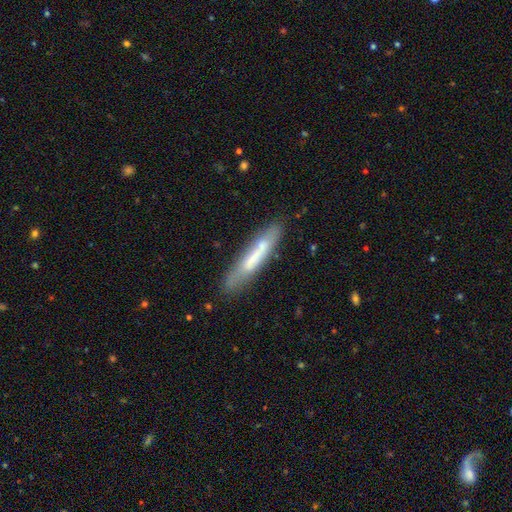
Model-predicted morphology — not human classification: This appears to be a smooth galaxy with no disk features (52%) that is cigar-shaped (88%). Merging: none (73%).